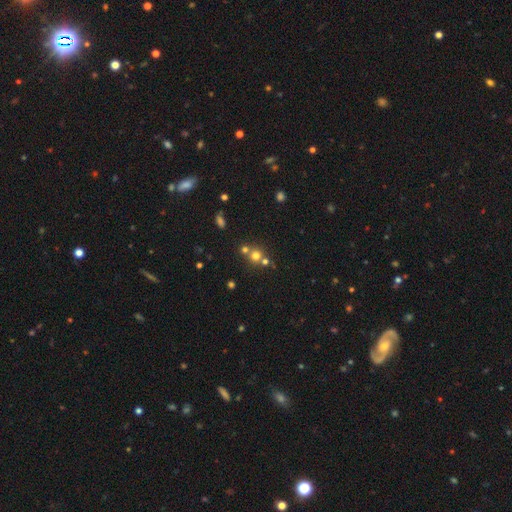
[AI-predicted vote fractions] Morphology: type=smooth (65%); roundness=round (88%); merging=none (55%).